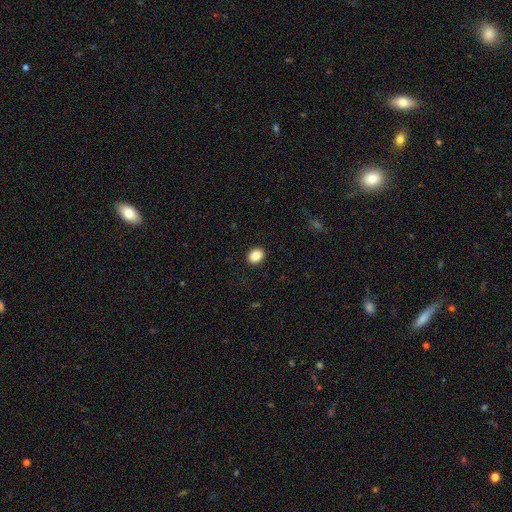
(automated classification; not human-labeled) Morphology: type=smooth (86%); roundness=round (52%); merging=none (91%).